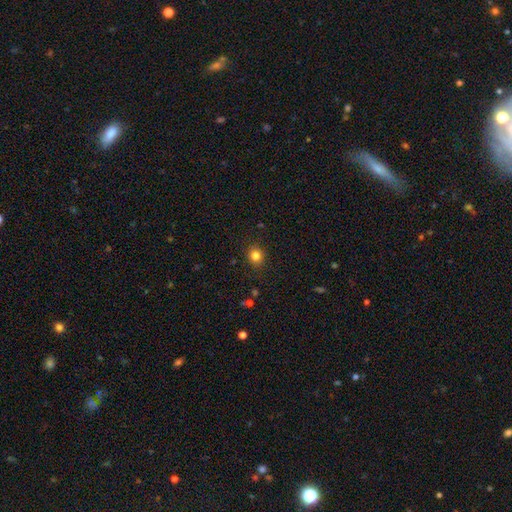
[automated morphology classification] Smooth or featured? Predicted: smooth (p=0.82). How rounded? Predicted: round (p=0.77). Merging? Predicted: none (p=0.88).